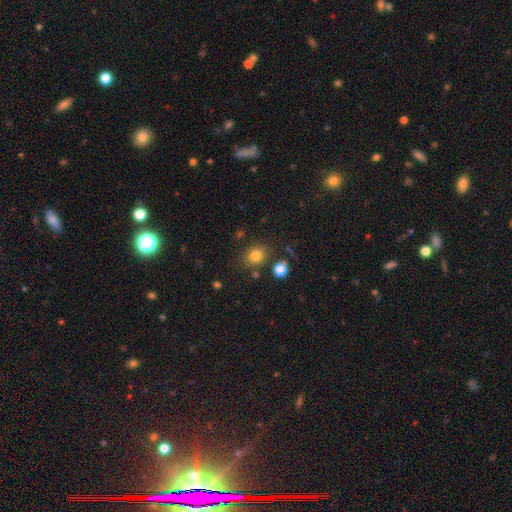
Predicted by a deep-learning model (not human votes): Smooth or featured: smooth — 79% (star or artifact — 13%)
How rounded: round — 56% (in between — 43%)
Merging: none — 78% (minor disturbance — 12%)